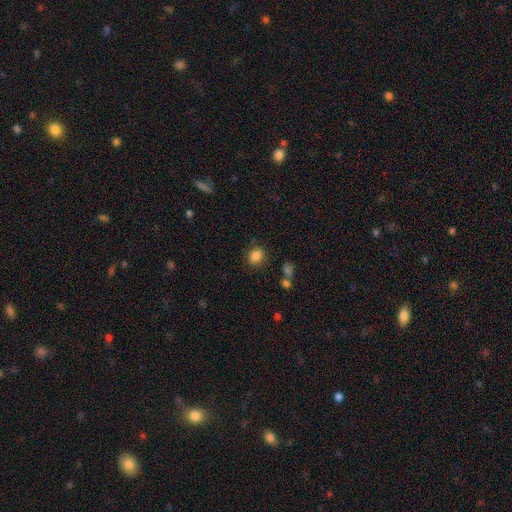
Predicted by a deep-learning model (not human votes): smooth 85%, star or artifact 11%, featured or disk 4%. Down the decision tree: how rounded — round (65%); merging — none (82%).